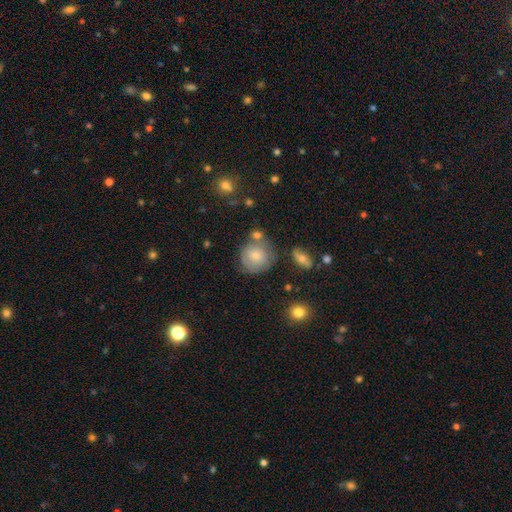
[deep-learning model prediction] This appears to be a smooth galaxy with no disk features (66%) that is round (87%). Merging: none (59%).